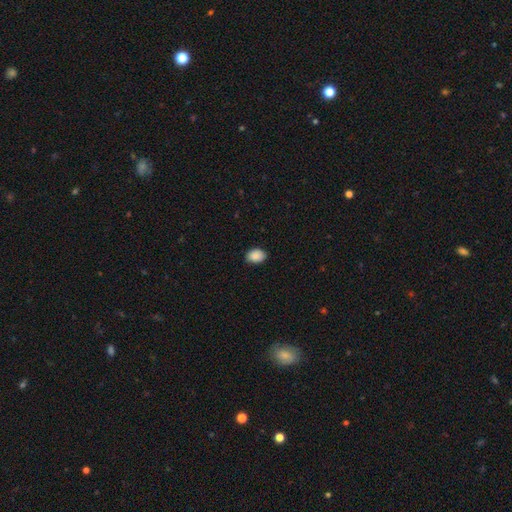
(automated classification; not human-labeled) The model was most divided on "how rounded": in between: 76%, round: 23%, cigar-shaped: 1%. More confident: smooth or featured — smooth (89%); merging — none (85%).